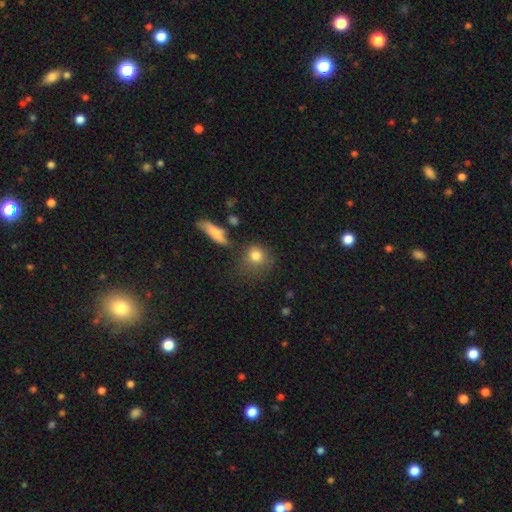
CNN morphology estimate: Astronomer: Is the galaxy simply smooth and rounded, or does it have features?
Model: smooth — 80%.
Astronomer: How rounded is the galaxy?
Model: round — 81%.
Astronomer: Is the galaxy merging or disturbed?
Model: none — 63%.